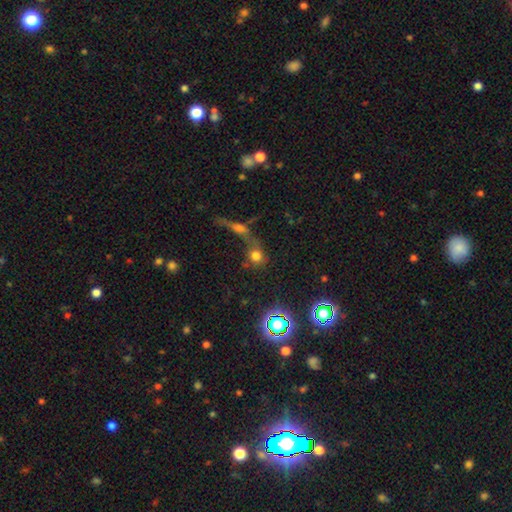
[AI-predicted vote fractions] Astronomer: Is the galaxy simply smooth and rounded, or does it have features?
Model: smooth — 65%.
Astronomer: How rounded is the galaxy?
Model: round — 77%.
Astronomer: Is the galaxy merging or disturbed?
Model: merger — 42%, tied with none at 42%.